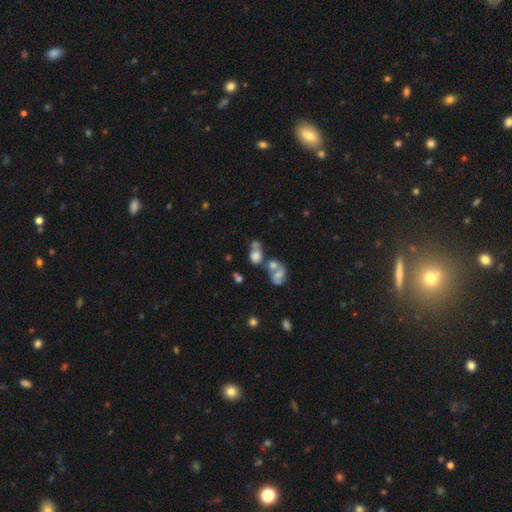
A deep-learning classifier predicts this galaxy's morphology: type=smooth (67%); roundness=in between (49%); merging=merger (47%).